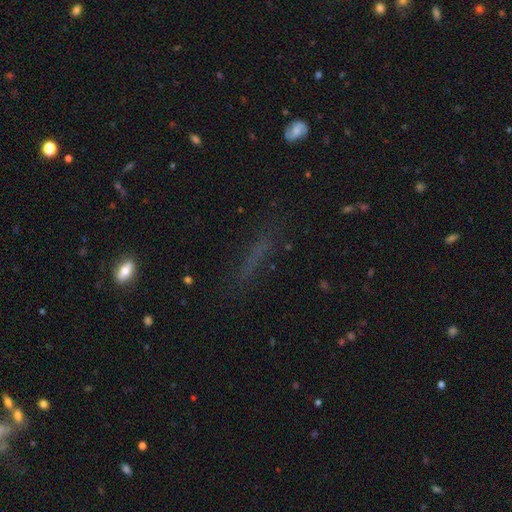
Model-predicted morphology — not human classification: This is possibly a smooth galaxy (48%). Merging: likely none (73%).